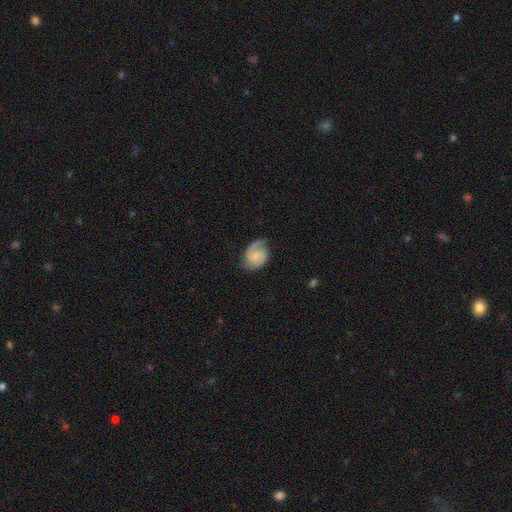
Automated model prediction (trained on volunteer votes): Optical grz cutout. It shows a featured or disk galaxy (69%) with no bar (58%), 2 (70%) medium (45%) spiral arms (95%) and a small central bulge (38%). Merging: none (65%).